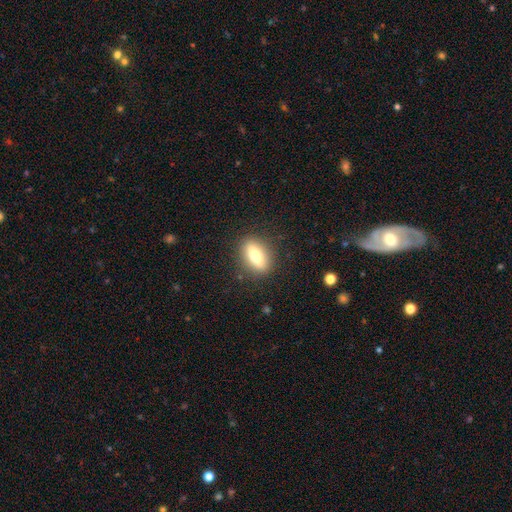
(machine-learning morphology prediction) The model was most divided on "how rounded": in between: 57%, cigar-shaped: 35%, round: 8%. More confident: merging — none (87%); smooth or featured — smooth (59%).